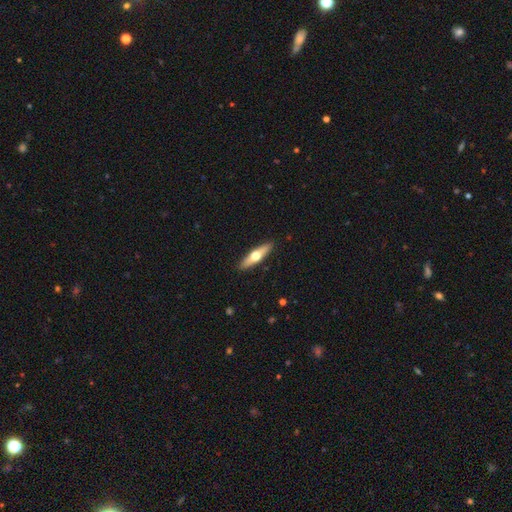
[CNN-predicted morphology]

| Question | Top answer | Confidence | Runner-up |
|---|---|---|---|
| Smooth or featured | featured or disk | 51% | smooth (44%) |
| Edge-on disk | yes | 90% | no (10%) |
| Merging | none | 91% | minor disturbance (6%) |